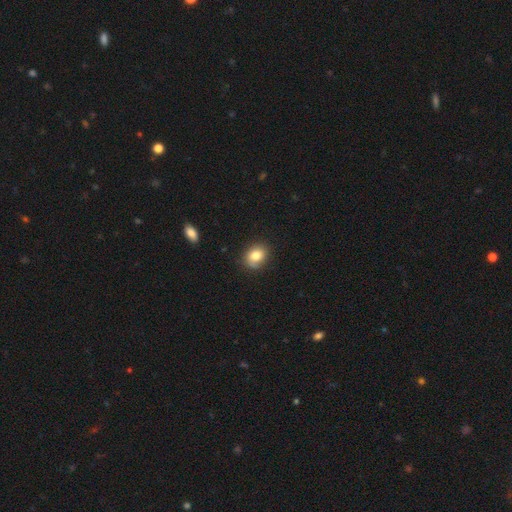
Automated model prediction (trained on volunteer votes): smooth 79%, featured or disk 12%, star or artifact 9%. Down the decision tree: how rounded — round (54%); merging — none (77%).